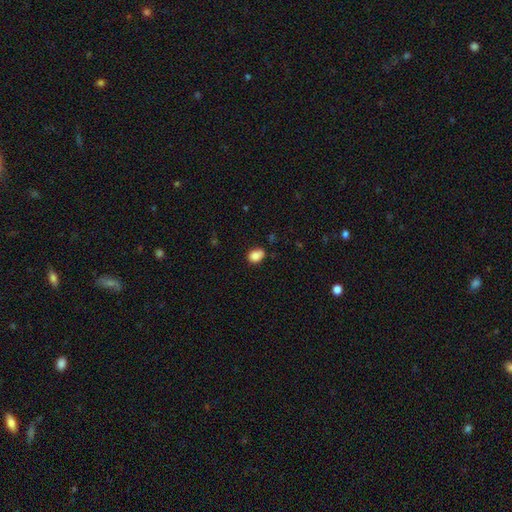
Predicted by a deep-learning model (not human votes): Smooth or featured?
  - smooth: 86% *
  - star or artifact: 9%
  - featured or disk: 5%
How rounded?
  - in between: 64% *
  - round: 35%
  - cigar-shaped: 1%
Merging?
  - none: 65% *
  - minor disturbance: 27%
  - major disturbance: 5%
  - merger: 4%